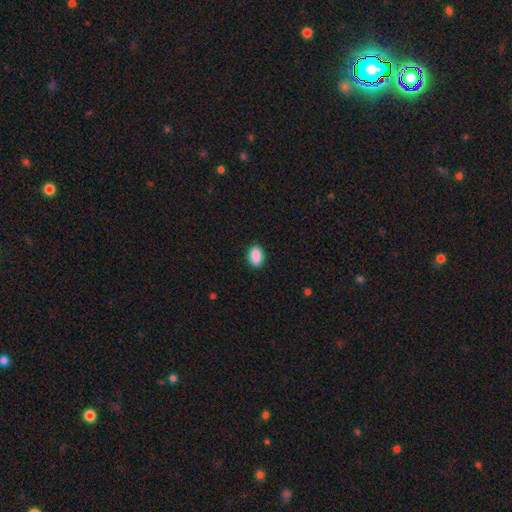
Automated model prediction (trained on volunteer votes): A smooth galaxy with no disk features (90%) that is in between round and cigar-shaped (83%). Merging: none (88%).